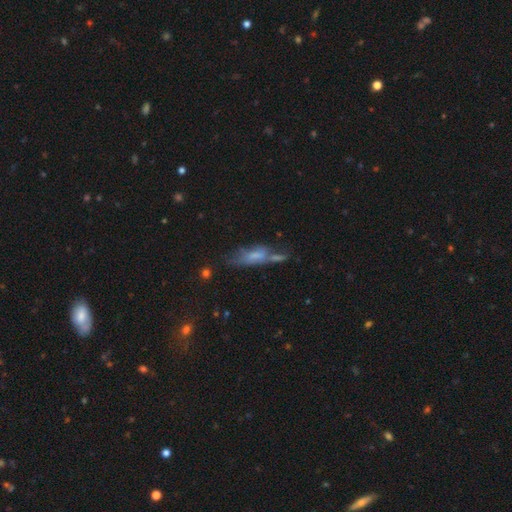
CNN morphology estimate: A smooth galaxy with no disk features (47%).

Vote fractions:
- Smooth or featured? smooth: 47% / featured or disk: 41% / star or artifact: 12%
- Merging? none: 37% / minor disturbance: 23% / merger: 21% / major disturbance: 19%